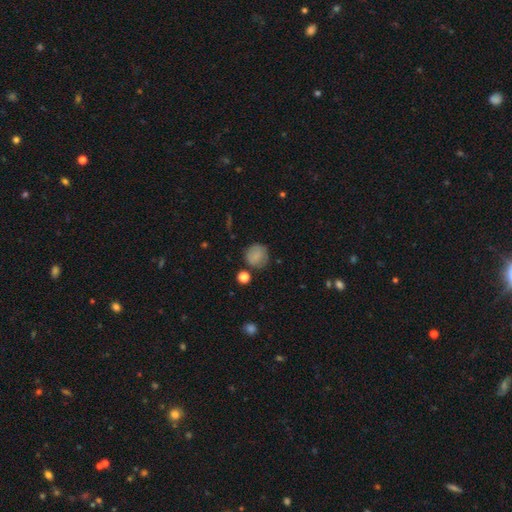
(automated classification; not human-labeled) smooth 81%, star or artifact 10%, featured or disk 9%. Down the decision tree: how rounded — round (88%); merging — none (73%).